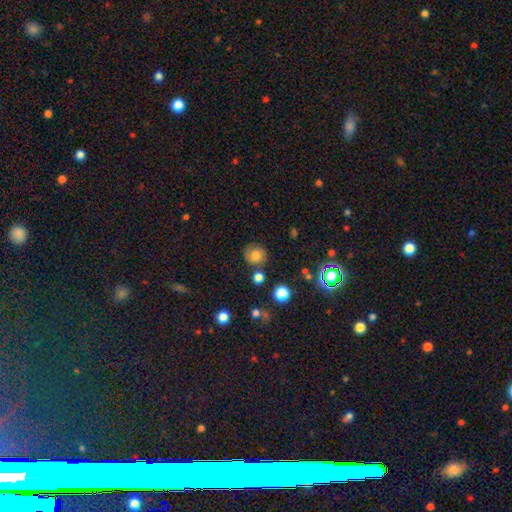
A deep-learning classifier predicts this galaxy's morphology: Smooth or featured? smooth (66%)
How rounded? round (86%)
Merging? none (73%)